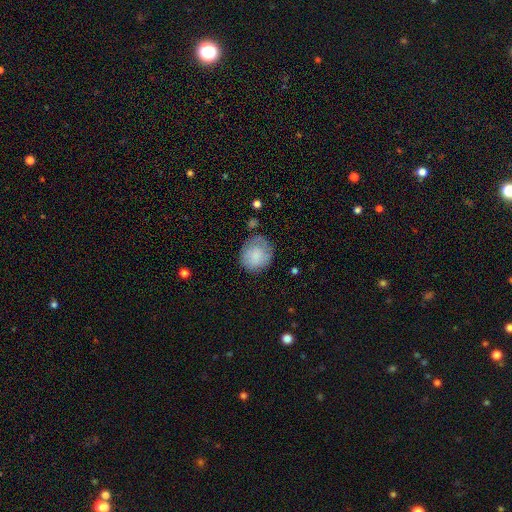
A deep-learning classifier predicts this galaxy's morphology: smooth 80%, featured or disk 13%, star or artifact 7%. Down the decision tree: how rounded — round (73%); merging — none (65%).